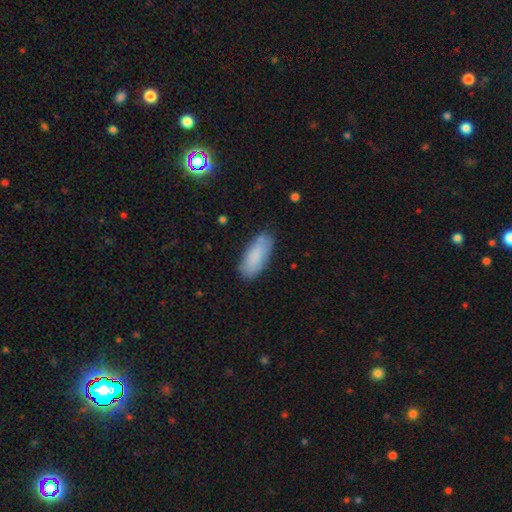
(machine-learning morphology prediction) Q: Smooth or featured?
A: smooth (85%); runner-up: featured or disk (9%)
Q: How rounded?
A: in between (79%); runner-up: cigar-shaped (19%)
Q: Merging?
A: none (80%); runner-up: minor disturbance (15%)